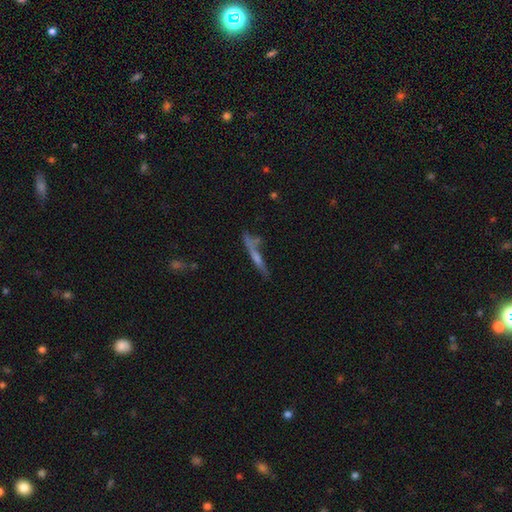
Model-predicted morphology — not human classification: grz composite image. It shows a featured or disk galaxy (47%). Merging: none (57%).